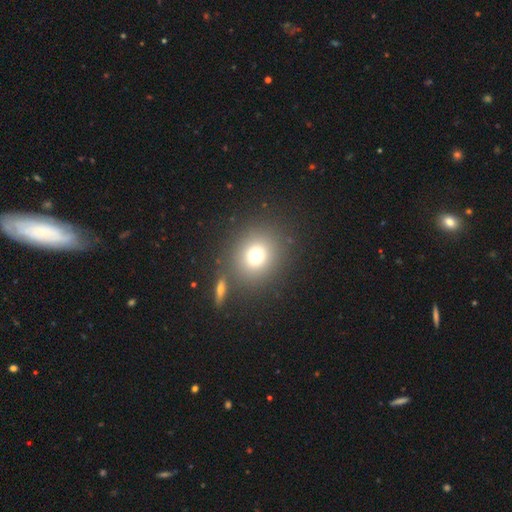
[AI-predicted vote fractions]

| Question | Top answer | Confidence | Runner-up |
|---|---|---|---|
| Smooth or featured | smooth | 72% | star or artifact (16%) |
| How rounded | round | 81% | in between (18%) |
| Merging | none | 78% | merger (10%) |